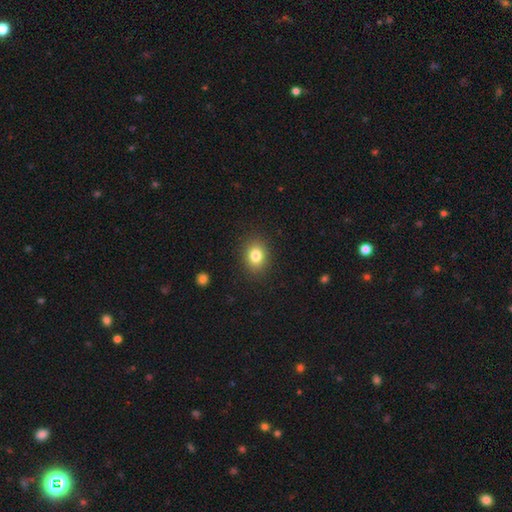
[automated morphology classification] The model was most divided on "how rounded": in between: 52%, round: 47%, cigar-shaped: 1%. More confident: merging — none (88%); smooth or featured — smooth (81%).